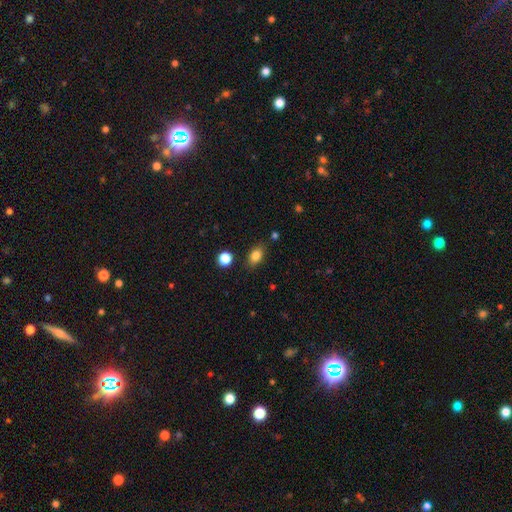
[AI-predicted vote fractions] The model was most divided on "how rounded": in between: 78%, round: 19%, cigar-shaped: 2%. More confident: smooth or featured — smooth (83%); merging — none (82%).